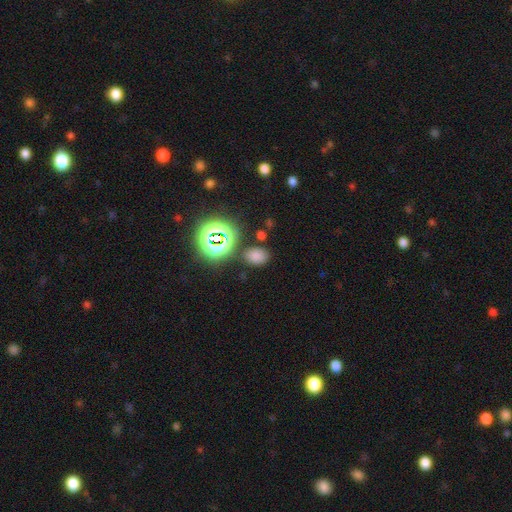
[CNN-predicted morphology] Smooth or featured: smooth — 70% (star or artifact — 24%)
How rounded: in between — 65% (round — 33%)
Merging: none — 78% (minor disturbance — 12%)